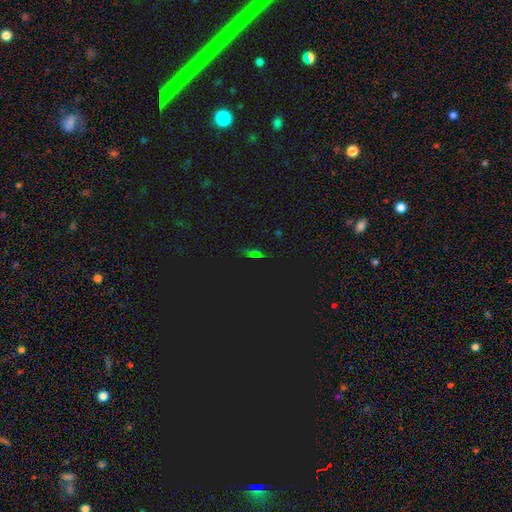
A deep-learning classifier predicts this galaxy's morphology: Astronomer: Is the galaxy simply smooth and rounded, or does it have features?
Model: star or artifact — 66%.